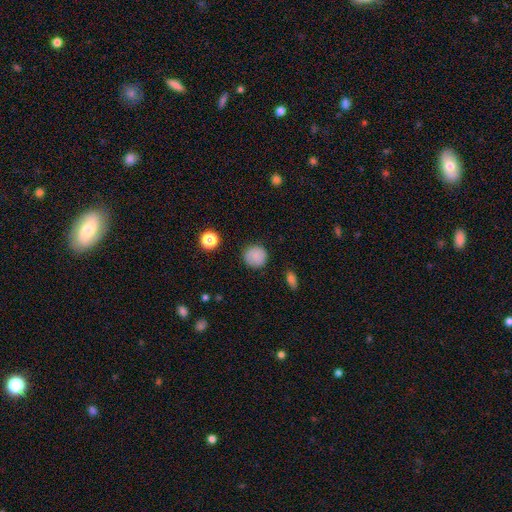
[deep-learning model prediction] A smooth galaxy with no disk features (85%) that is round (93%).

Vote fractions:
- Smooth or featured? smooth: 85% / star or artifact: 9% / featured or disk: 6%
- How rounded? round: 93% / in between: 6% / cigar-shaped: 1%
- Merging? none: 88% / minor disturbance: 8% / major disturbance: 2% / merger: 1%